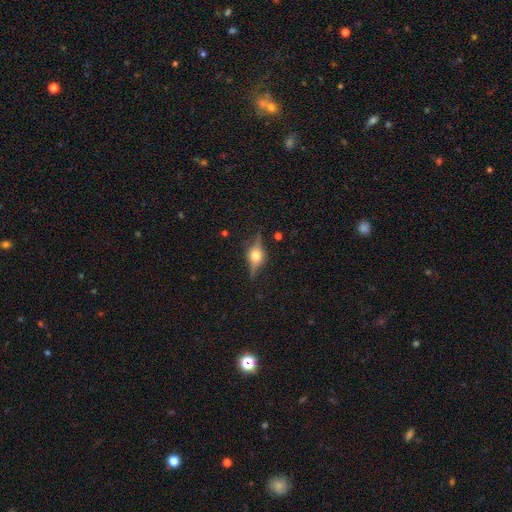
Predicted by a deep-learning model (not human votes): The model was most divided on "smooth or featured": featured or disk: 75%, smooth: 16%, star or artifact: 9%. More confident: edge-on bulge — rounded (95%); edge-on disk — yes (95%); merging — none (84%).